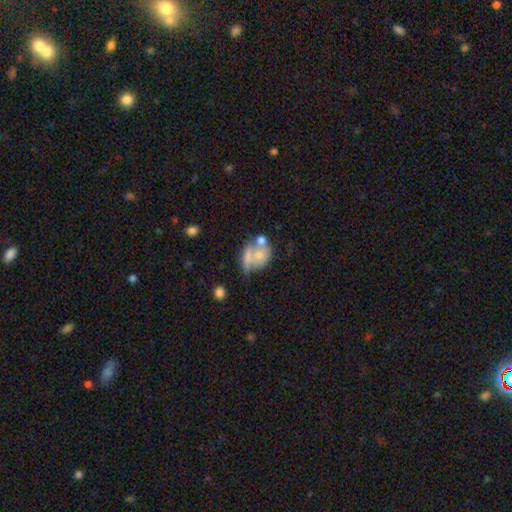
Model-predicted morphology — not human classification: Smooth or featured? Predicted: smooth (p=0.54). How rounded? Predicted: in between (p=0.59). Merging? Predicted: merger (p=0.41).